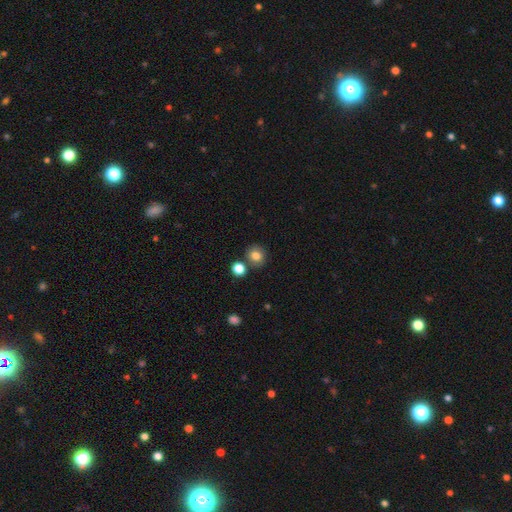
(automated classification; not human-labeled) Smooth or featured?
  - smooth: 82% *
  - star or artifact: 11%
  - featured or disk: 7%
How rounded?
  - round: 84% *
  - in between: 15%
  - cigar-shaped: 1%
Merging?
  - none: 77% *
  - merger: 11%
  - minor disturbance: 9%
  - major disturbance: 3%